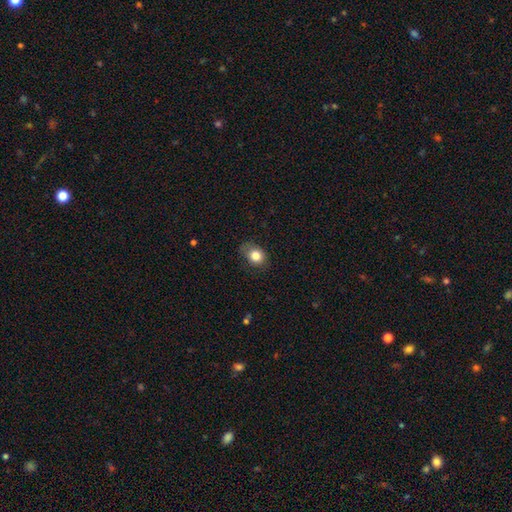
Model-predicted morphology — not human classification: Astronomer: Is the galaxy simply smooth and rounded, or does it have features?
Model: smooth — 82%.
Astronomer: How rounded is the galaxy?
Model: round — 50% (runner-up: in between, 49%).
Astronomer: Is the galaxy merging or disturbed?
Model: none — 65%.